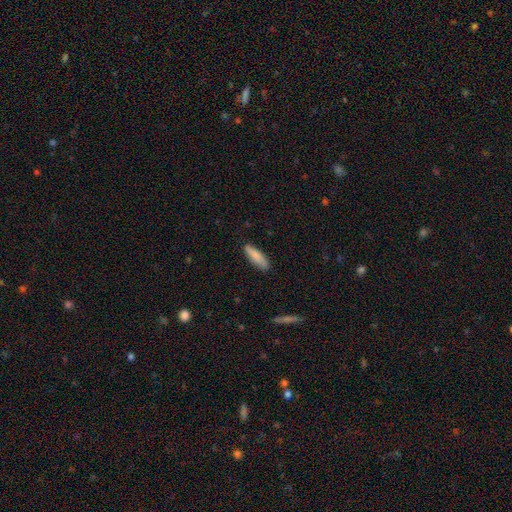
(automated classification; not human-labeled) Smooth or featured: smooth — 84% (featured or disk — 10%)
How rounded: cigar-shaped — 56% (in between — 42%)
Merging: none — 83% (minor disturbance — 13%)